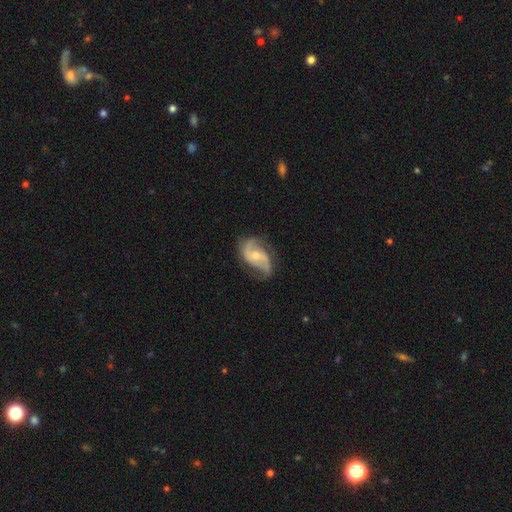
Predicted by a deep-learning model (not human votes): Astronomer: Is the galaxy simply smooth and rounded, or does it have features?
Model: featured or disk — 84%.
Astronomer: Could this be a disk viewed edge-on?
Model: no — 97%.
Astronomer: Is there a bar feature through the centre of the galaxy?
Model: no — 50% (runner-up: weak, 39%).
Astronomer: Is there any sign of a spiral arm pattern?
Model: yes — 96%.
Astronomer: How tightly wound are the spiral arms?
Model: medium — 45% (runner-up: loose, 39%).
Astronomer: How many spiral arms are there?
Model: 2 — 86%.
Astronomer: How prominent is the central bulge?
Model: small — 48% (runner-up: moderate, 46%).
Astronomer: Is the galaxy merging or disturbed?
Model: none — 66%.